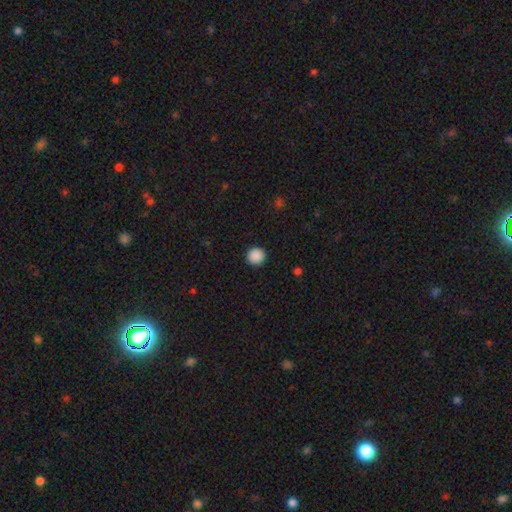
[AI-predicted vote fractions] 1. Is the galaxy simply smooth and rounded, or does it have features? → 89% smooth, 9% star or artifact, 2% featured or disk.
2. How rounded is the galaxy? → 95% round, 5% in between, 1% cigar-shaped.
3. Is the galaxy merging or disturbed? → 92% none, 5% minor disturbance, 2% major disturbance, 1% merger.